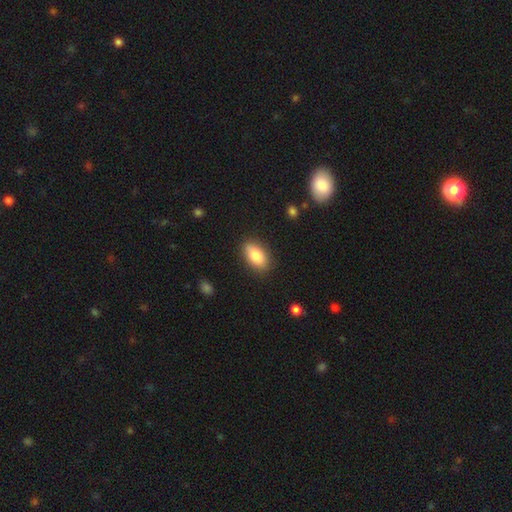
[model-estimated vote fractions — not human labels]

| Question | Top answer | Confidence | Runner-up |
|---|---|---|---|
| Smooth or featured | smooth | 84% | featured or disk (10%) |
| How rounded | in between | 90% | cigar-shaped (6%) |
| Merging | none | 86% | minor disturbance (10%) |